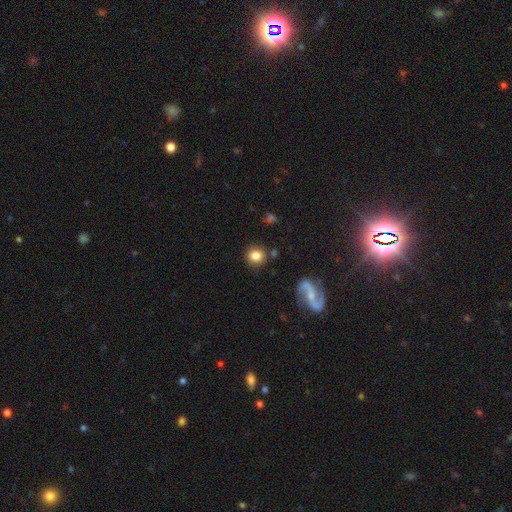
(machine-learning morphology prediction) A smooth galaxy with no disk features (80%) that is round (89%).

Vote fractions:
- Smooth or featured? smooth: 80% / featured or disk: 10% / star or artifact: 10%
- How rounded? round: 89% / in between: 10% / cigar-shaped: 1%
- Merging? none: 82% / minor disturbance: 10% / merger: 4% / major disturbance: 3%